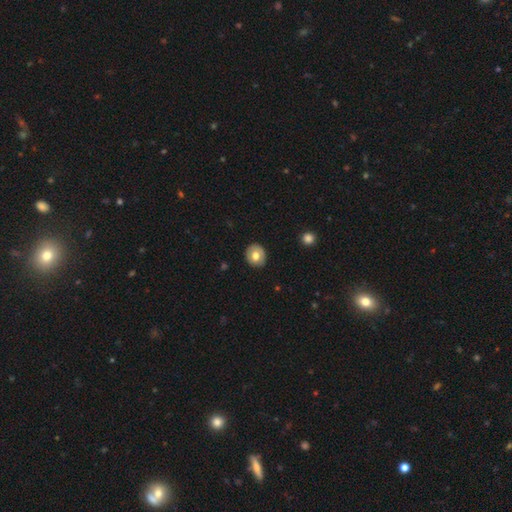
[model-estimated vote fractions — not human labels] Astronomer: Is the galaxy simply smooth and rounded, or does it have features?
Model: smooth — 71%.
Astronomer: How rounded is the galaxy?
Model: round — 81%.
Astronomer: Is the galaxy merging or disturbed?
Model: none — 88%.